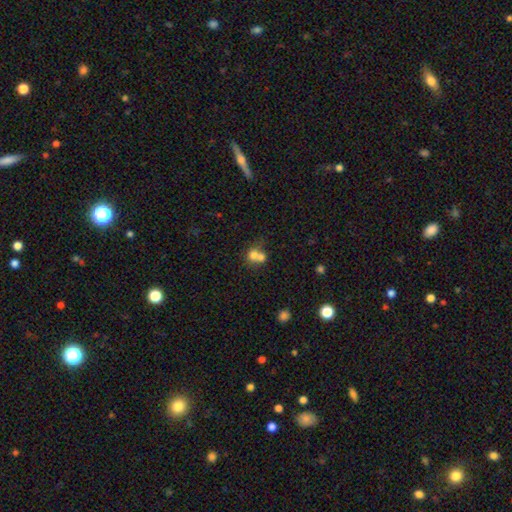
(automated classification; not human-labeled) A smooth galaxy with no disk features (70%) that is round (73%). Merging: merger (65%).